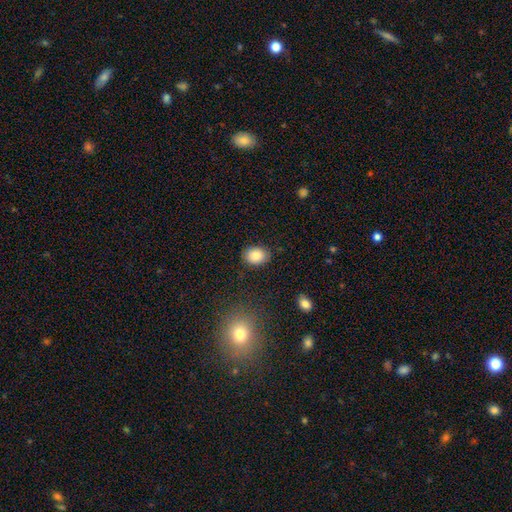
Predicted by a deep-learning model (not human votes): The model was most divided on "how rounded": in between: 57%, round: 42%, cigar-shaped: 1%. More confident: smooth or featured — smooth (87%); merging — none (85%).